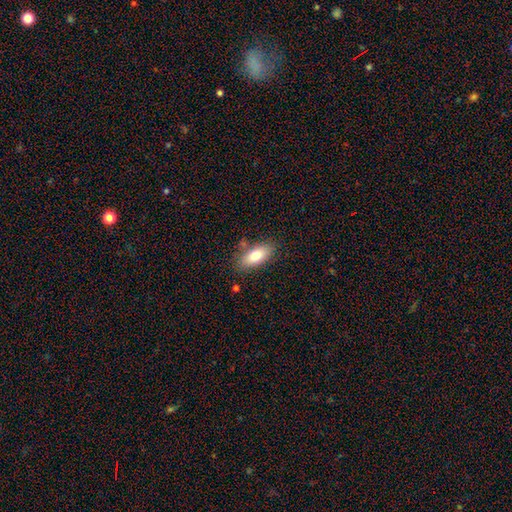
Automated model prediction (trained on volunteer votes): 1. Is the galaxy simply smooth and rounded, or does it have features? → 82% smooth, 12% featured or disk, 7% star or artifact.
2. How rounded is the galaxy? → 85% in between, 12% cigar-shaped, 3% round.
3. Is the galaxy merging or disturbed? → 78% none, 14% minor disturbance, 4% merger, 4% major disturbance.